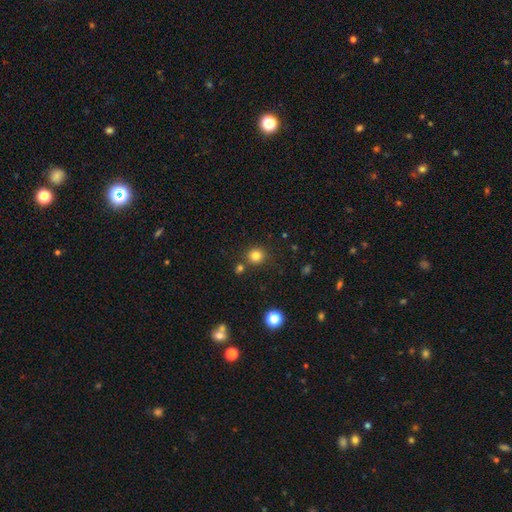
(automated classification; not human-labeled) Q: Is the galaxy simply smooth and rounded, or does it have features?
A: smooth — 81%.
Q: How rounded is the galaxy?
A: round — 91%.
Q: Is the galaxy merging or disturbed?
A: none — 81%.